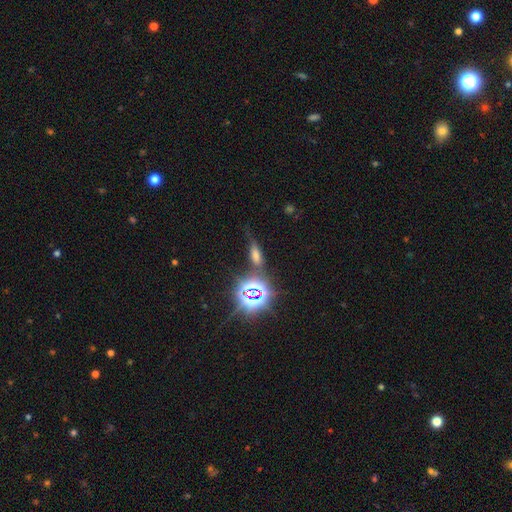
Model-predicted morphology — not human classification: Q: Smooth or featured?
A: smooth (50%); runner-up: star or artifact (36%)
Q: Merging?
A: none (64%); runner-up: minor disturbance (18%)